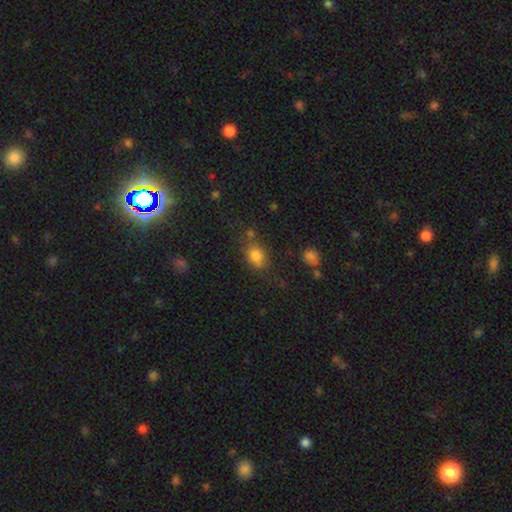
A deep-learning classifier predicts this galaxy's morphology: Overall: smooth (78%). How rounded: in between (68%; round 30%). Merging: none (64%).